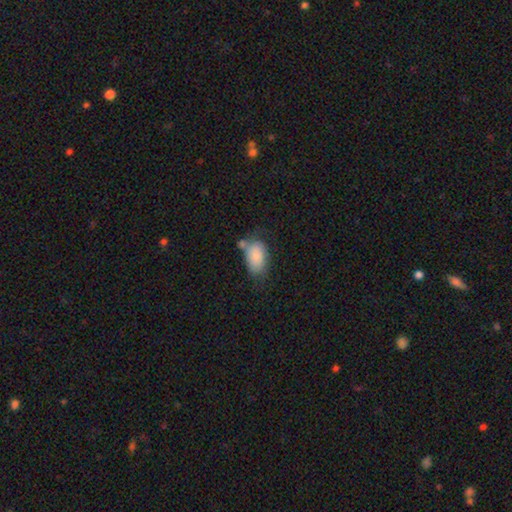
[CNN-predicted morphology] The model was most divided on "merging": none: 44%, minor disturbance: 25%, merger: 20%, major disturbance: 11%. More confident: how rounded — in between (92%); smooth or featured — smooth (81%).